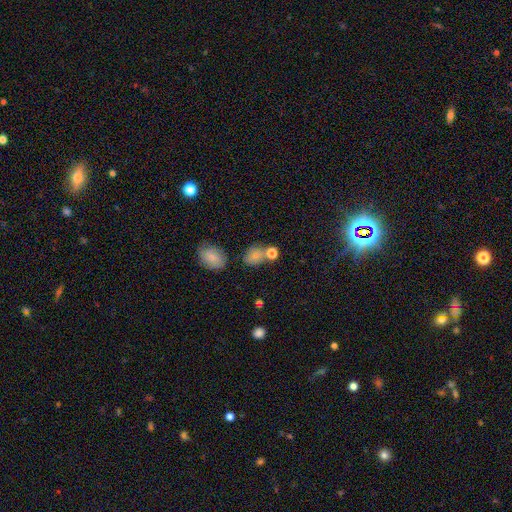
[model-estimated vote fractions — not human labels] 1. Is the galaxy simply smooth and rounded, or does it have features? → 77% smooth, 13% star or artifact, 11% featured or disk.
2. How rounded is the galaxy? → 55% in between, 43% round, 2% cigar-shaped.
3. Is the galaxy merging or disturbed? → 53% none, 24% merger, 16% minor disturbance, 7% major disturbance.